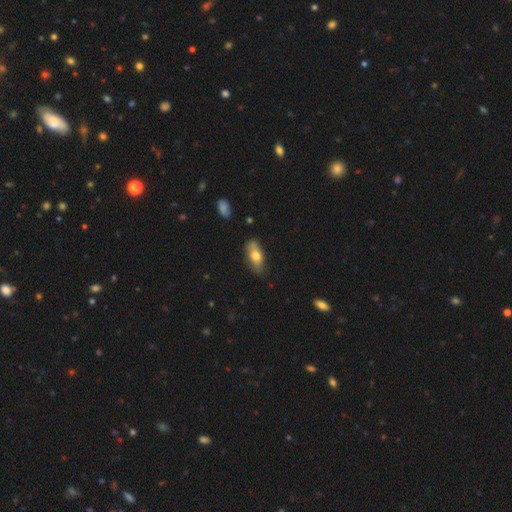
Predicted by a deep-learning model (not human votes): Smooth or featured? Predicted: smooth (p=0.68). How rounded? Predicted: in between (p=0.83). Merging? Predicted: none (p=0.78).